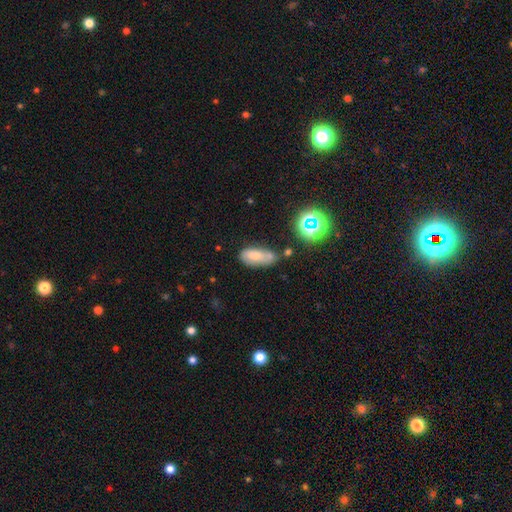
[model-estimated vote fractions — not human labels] Morphology: type=smooth (66%); roundness=in between (83%); merging=none (42%).